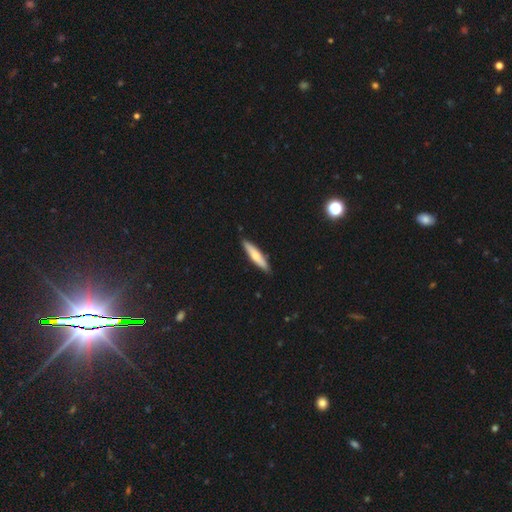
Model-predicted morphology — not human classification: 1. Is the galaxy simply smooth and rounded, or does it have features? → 62% smooth, 33% featured or disk, 5% star or artifact.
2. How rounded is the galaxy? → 85% cigar-shaped, 14% in between, 1% round.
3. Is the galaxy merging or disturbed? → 89% none, 9% minor disturbance, 1% major disturbance, 1% merger.